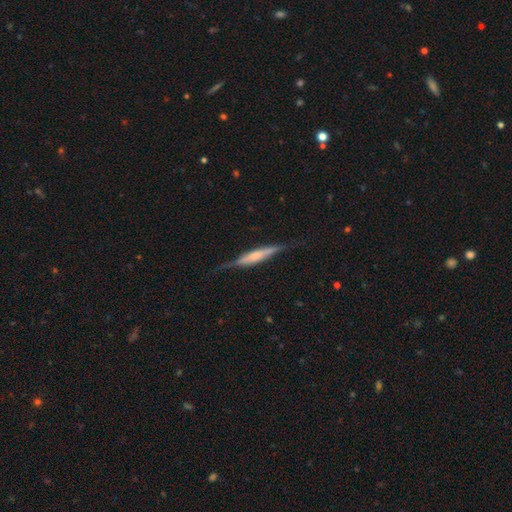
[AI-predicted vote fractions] Smooth or featured: featured or disk — 64% (smooth — 30%)
Edge-on disk: yes — 94% (no — 6%)
Edge-on bulge: rounded — 39% (boxy — 36%)
Merging: none — 75% (minor disturbance — 18%)